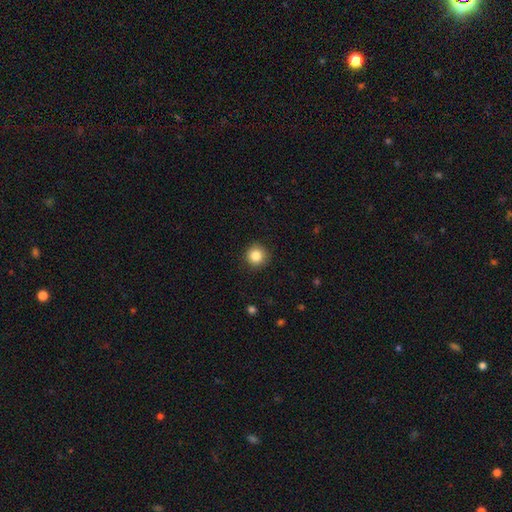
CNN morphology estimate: smooth 85%, star or artifact 10%, featured or disk 5%. Down the decision tree: how rounded — round (94%); merging — none (90%).